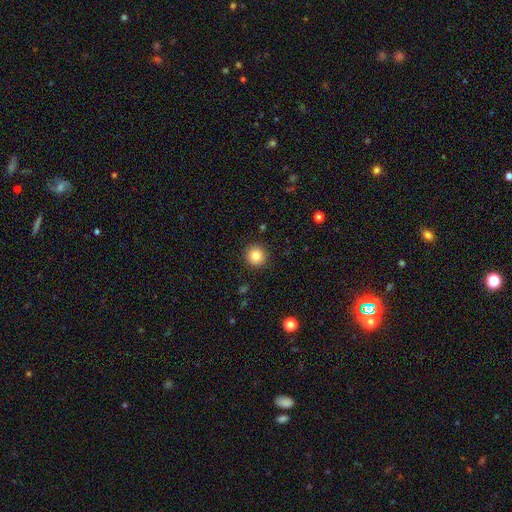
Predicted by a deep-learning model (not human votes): Smooth or featured? smooth (83%)
How rounded? round (95%)
Merging? none (92%)